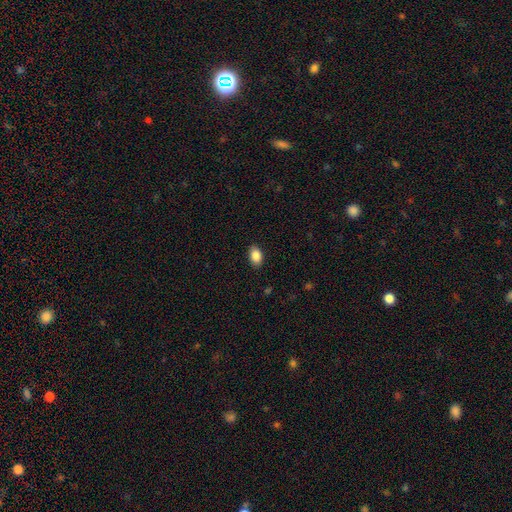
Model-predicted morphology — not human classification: smooth-or-featured: smooth: 88% | star or artifact: 8% | featured or disk: 5%
  how-rounded: in between: 90% | round: 8% | cigar-shaped: 2%
  merging: none: 88% | minor disturbance: 9% | major disturbance: 2% | merger: 1%